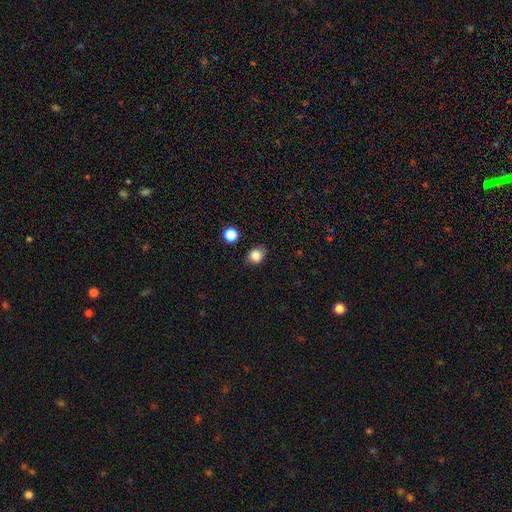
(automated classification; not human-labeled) A smooth galaxy with no disk features (85%) that is round (65%). Merging: none (82%).